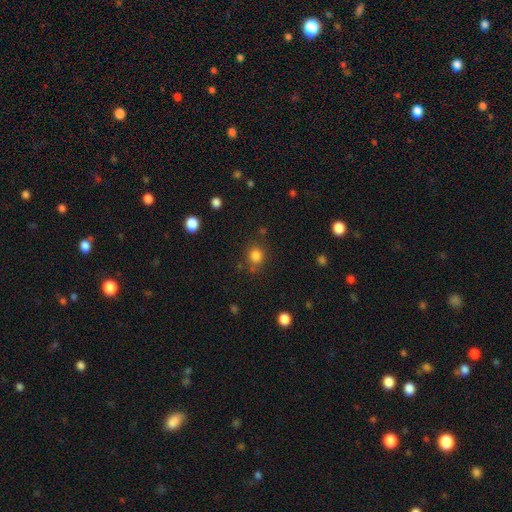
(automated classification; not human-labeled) Q: Smooth or featured?
A: smooth (82%); runner-up: star or artifact (13%)
Q: How rounded?
A: round (81%); runner-up: in between (18%)
Q: Merging?
A: none (76%); runner-up: minor disturbance (13%)